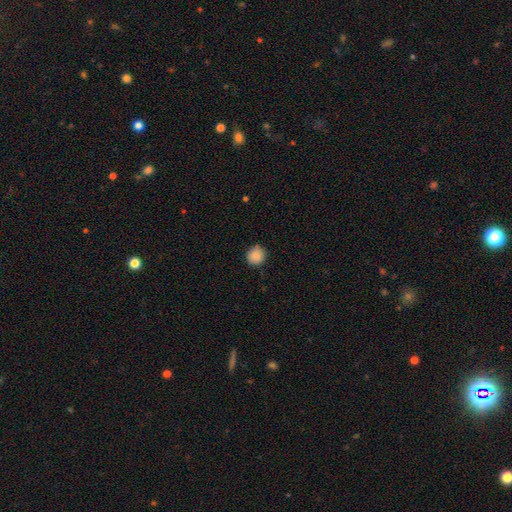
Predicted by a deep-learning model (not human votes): Q: Smooth or featured?
A: smooth (89%); runner-up: star or artifact (9%)
Q: How rounded?
A: round (91%); runner-up: in between (8%)
Q: Merging?
A: none (88%); runner-up: minor disturbance (9%)